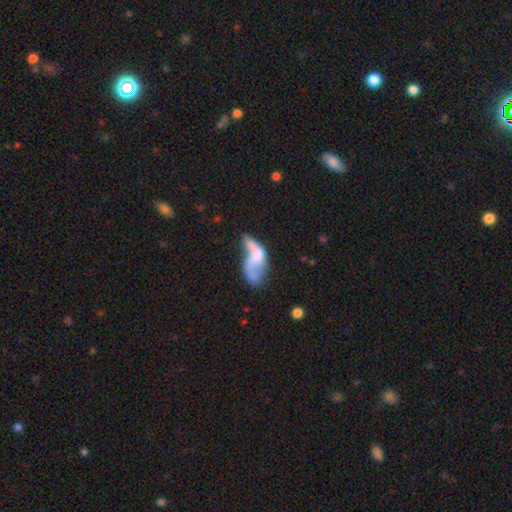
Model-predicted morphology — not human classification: smooth 50%, featured or disk 41%, star or artifact 9%. Down the decision tree: merging — major disturbance (37%).